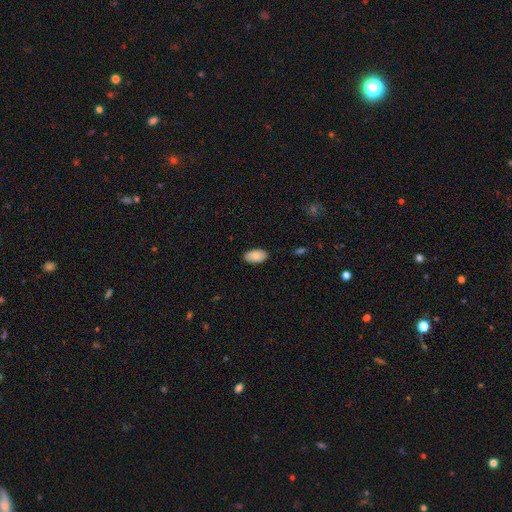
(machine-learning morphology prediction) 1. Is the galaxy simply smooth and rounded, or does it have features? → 85% smooth, 9% featured or disk, 6% star or artifact.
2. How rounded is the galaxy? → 96% in between, 3% round, 2% cigar-shaped.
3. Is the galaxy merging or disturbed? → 87% none, 10% minor disturbance, 2% major disturbance, 1% merger.